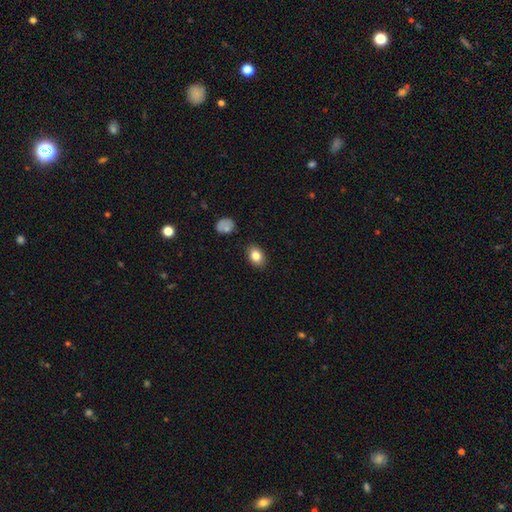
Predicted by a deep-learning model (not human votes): Smooth or featured? Predicted: smooth (p=0.82). How rounded? Predicted: in between (p=0.79). Merging? Predicted: none (p=0.86).